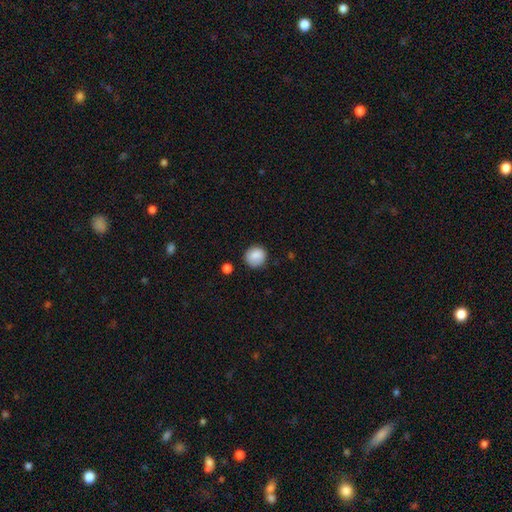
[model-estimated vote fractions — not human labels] Overall: smooth (87%). How rounded: round (91%). Merging: none (85%).